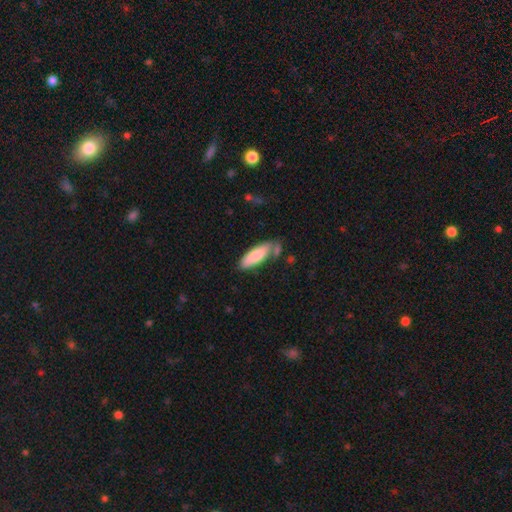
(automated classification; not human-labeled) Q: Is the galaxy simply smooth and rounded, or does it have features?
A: smooth — 81%.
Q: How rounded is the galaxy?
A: in between — 56%.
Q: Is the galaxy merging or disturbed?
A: none — 63%.